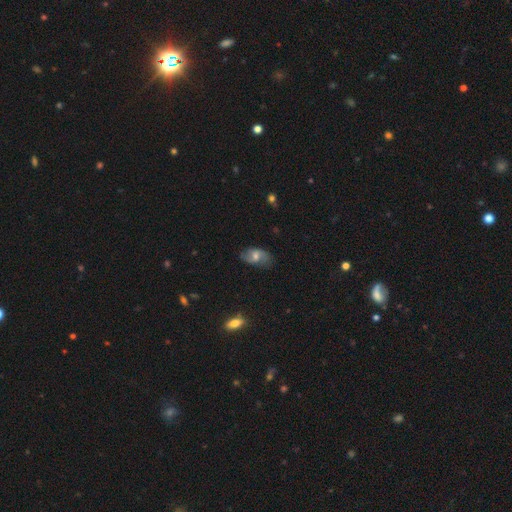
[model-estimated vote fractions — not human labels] This is possibly a smooth galaxy (46%, tied with featured or disk). Merging: likely none (70%).